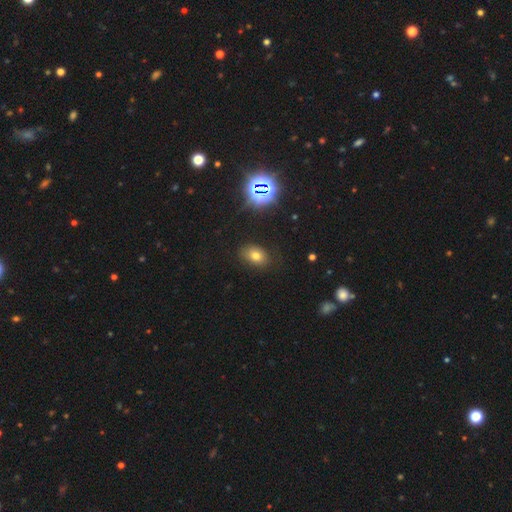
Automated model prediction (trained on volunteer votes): This appears to be a smooth galaxy with no disk features (71%) that is in between round and cigar-shaped (79%). Merging: none (80%).